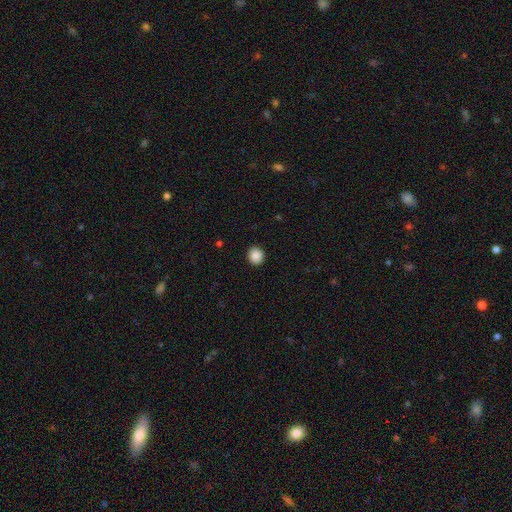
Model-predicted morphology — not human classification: Smooth or featured? smooth (88%)
How rounded? round (88%)
Merging? none (92%)